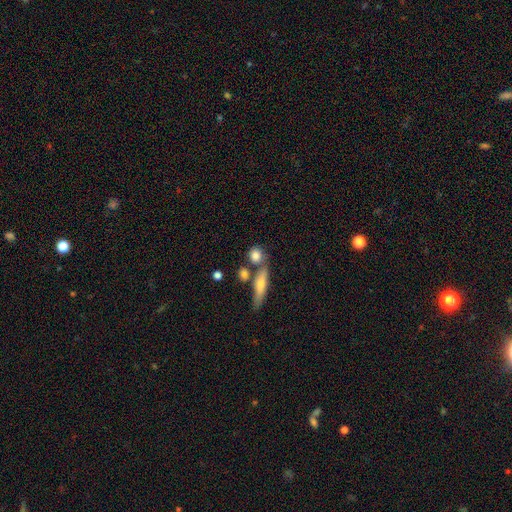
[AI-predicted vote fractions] Overall: smooth (80%). How rounded: round (68%). Merging: none (60%; merger 24%).